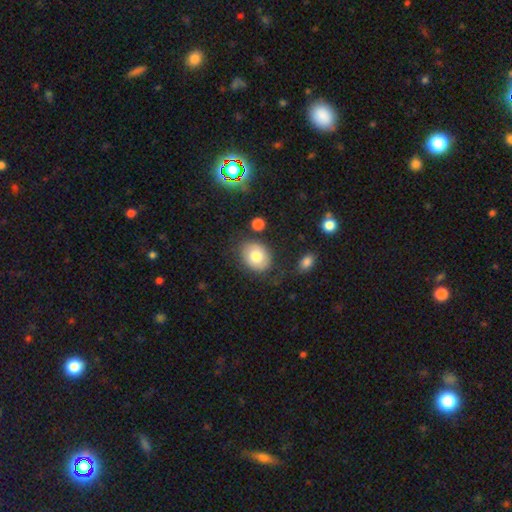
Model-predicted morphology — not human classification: Smooth or featured? Predicted: smooth (p=0.74). How rounded? Predicted: in between (p=0.55). Merging? Predicted: none (p=0.76).